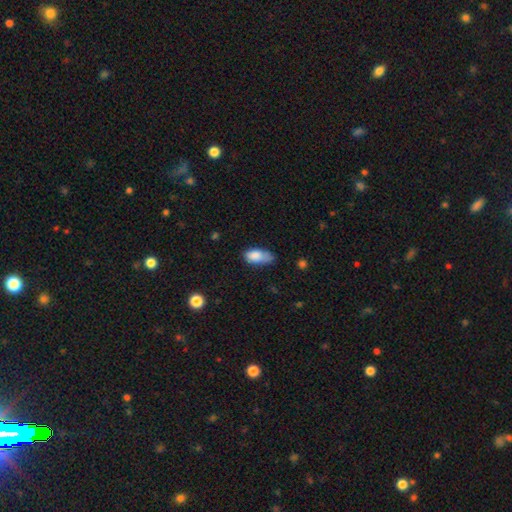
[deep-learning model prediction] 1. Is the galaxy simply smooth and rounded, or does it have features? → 83% smooth, 9% featured or disk, 8% star or artifact.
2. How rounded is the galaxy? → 89% in between, 7% cigar-shaped, 4% round.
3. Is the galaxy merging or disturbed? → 43% minor disturbance, 39% none, 14% major disturbance, 4% merger.